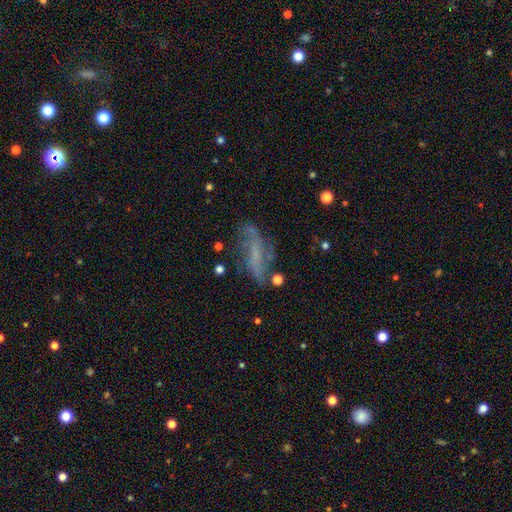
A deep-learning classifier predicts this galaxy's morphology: featured or disk 58%, smooth 31%, star or artifact 12%. Down the decision tree: edge-on disk — no (83%); merging — none (54%).